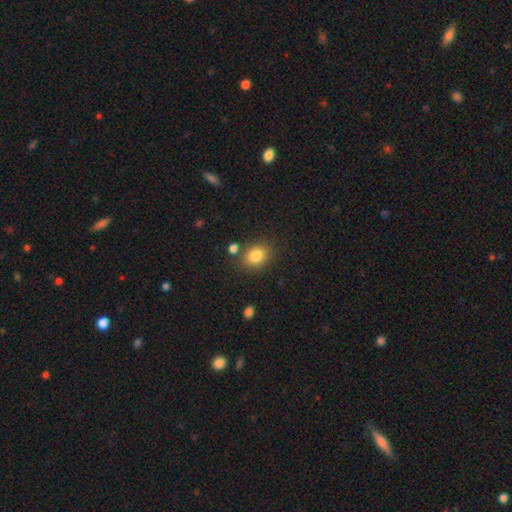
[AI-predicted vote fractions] smooth 83%, star or artifact 10%, featured or disk 7%. Down the decision tree: how rounded — round (50%); merging — none (75%).